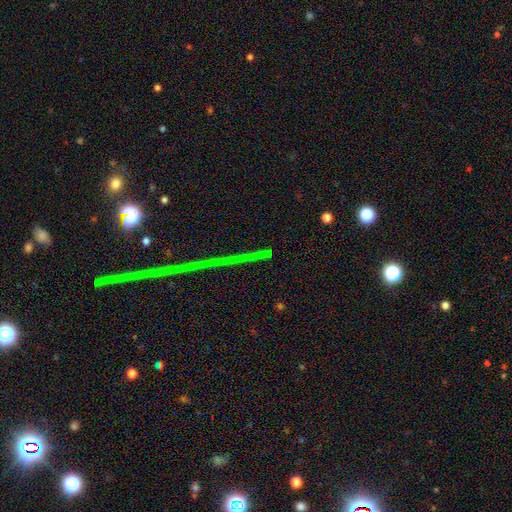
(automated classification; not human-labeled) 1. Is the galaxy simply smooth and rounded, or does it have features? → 80% star or artifact, 11% featured or disk, 9% smooth.